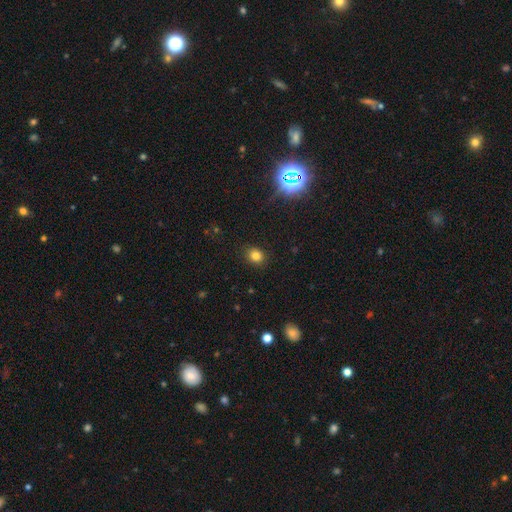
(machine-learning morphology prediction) Smooth or featured?
  - smooth: 79% *
  - star or artifact: 15%
  - featured or disk: 6%
How rounded?
  - round: 70% *
  - in between: 29%
  - cigar-shaped: 1%
Merging?
  - none: 89% *
  - minor disturbance: 7%
  - major disturbance: 2%
  - merger: 1%